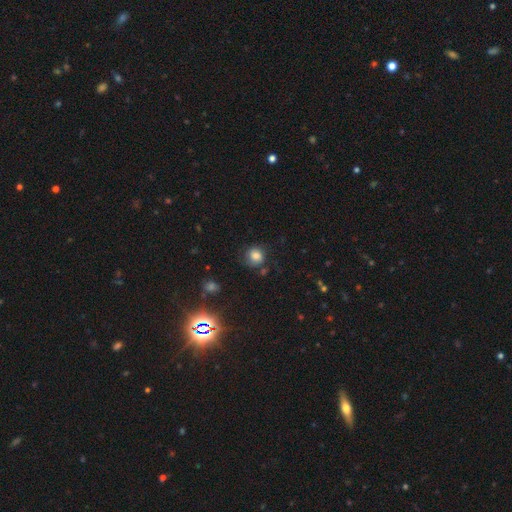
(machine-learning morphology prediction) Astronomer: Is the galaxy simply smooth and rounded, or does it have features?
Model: smooth — 72%.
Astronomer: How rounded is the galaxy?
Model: round — 80%.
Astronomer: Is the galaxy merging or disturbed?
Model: none — 68%.